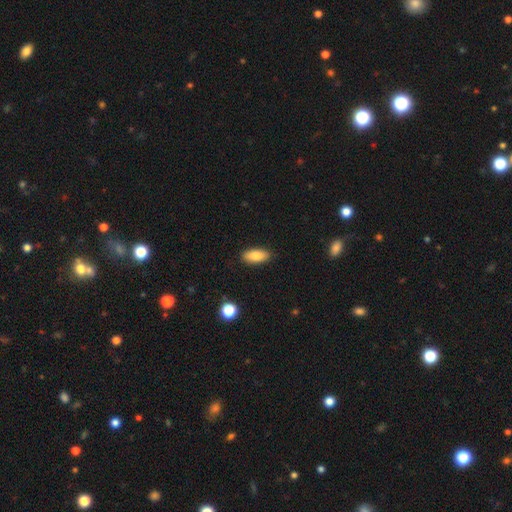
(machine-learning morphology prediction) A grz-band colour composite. It shows a smooth galaxy with no disk features (84%) that is in between round and cigar-shaped (85%). Merging: none (87%).